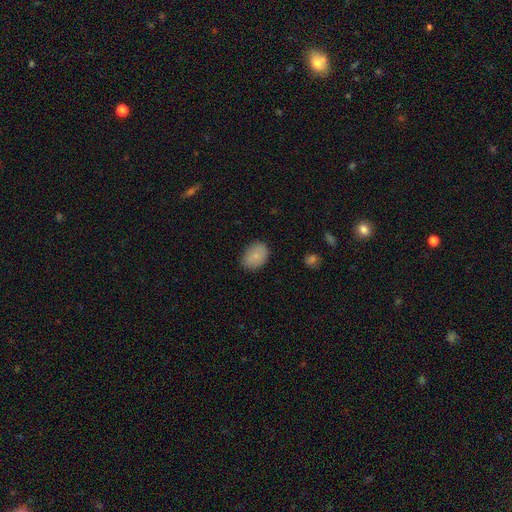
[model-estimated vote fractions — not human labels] A smooth galaxy with no disk features (84%) that is in between round and cigar-shaped (74%).

Vote fractions:
- Smooth or featured? smooth: 84% / featured or disk: 8% / star or artifact: 8%
- How rounded? in between: 74% / round: 25% / cigar-shaped: 1%
- Merging? none: 83% / minor disturbance: 13% / major disturbance: 3% / merger: 1%